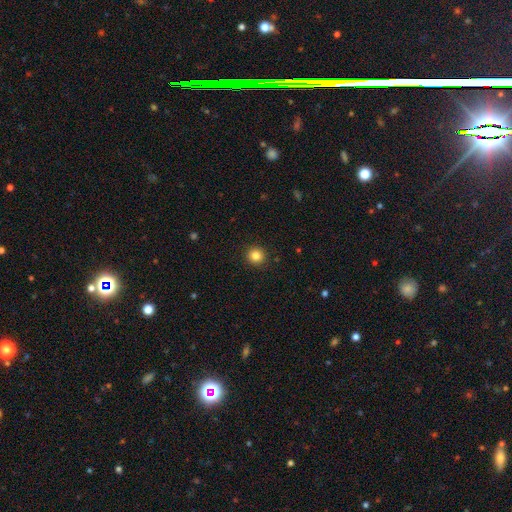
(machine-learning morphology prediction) Smooth or featured? Predicted: smooth (p=0.84). How rounded? Predicted: round (p=0.93). Merging? Predicted: none (p=0.92).